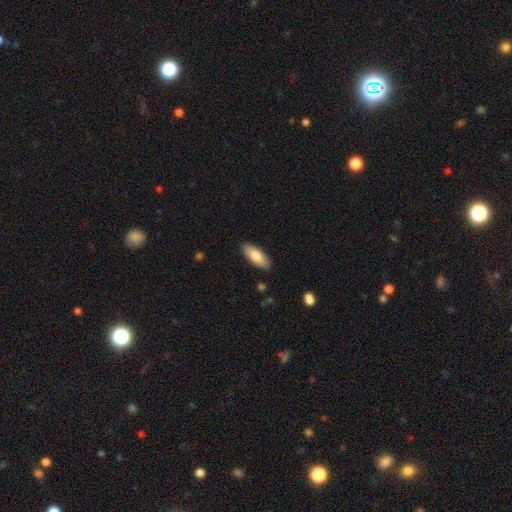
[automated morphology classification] Smooth or featured: smooth — 78% (featured or disk — 16%)
How rounded: in between — 75% (cigar-shaped — 23%)
Merging: none — 89% (minor disturbance — 9%)